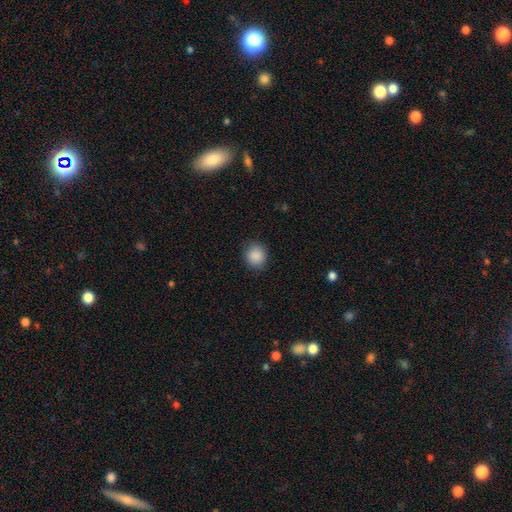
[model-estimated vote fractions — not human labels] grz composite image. It shows a smooth galaxy with no disk features (89%) that is round (78%). Merging: none (87%).